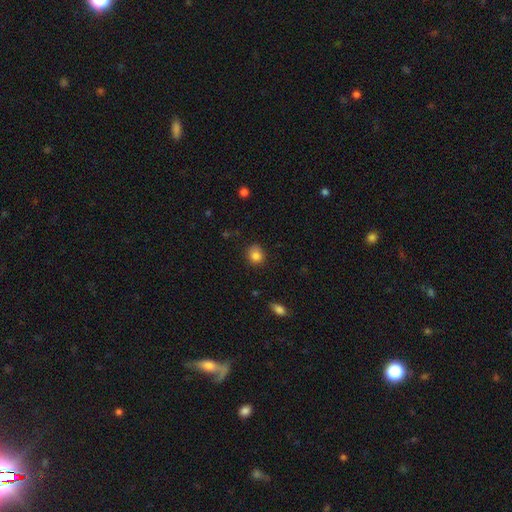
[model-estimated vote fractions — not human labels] smooth 84%, star or artifact 10%, featured or disk 6%. Down the decision tree: how rounded — round (77%); merging — none (77%).